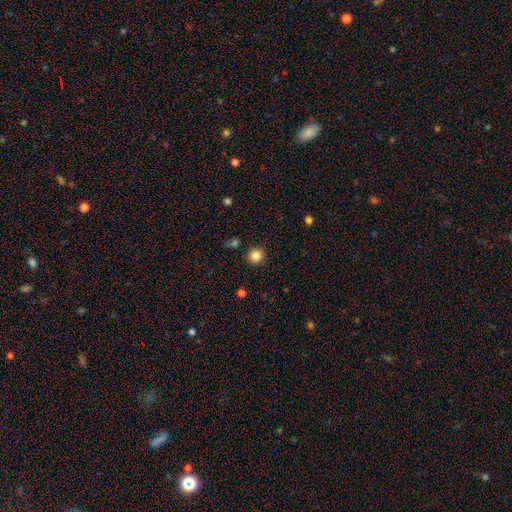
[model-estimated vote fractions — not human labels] Morphology: type=smooth (84%); roundness=round (92%); merging=none (90%).